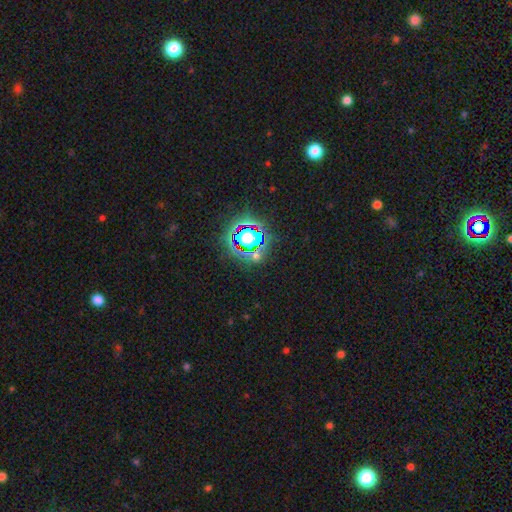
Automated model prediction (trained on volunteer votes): smooth_or_featured: star or artifact (p=0.73) [alt: smooth p=0.18]